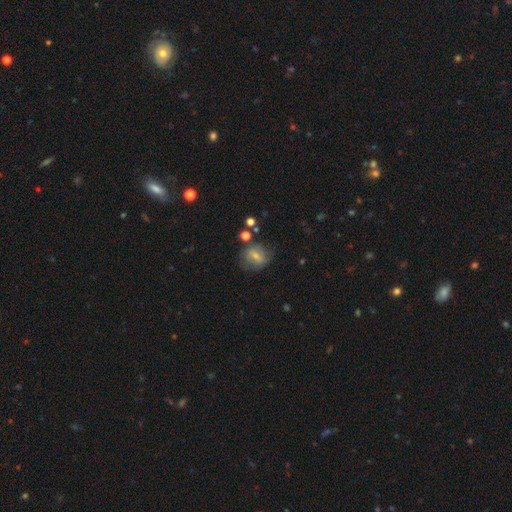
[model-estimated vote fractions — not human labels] Overall: smooth (56%; featured or disk 34%). How rounded: round (69%; in between 29%). Merging: none (66%).